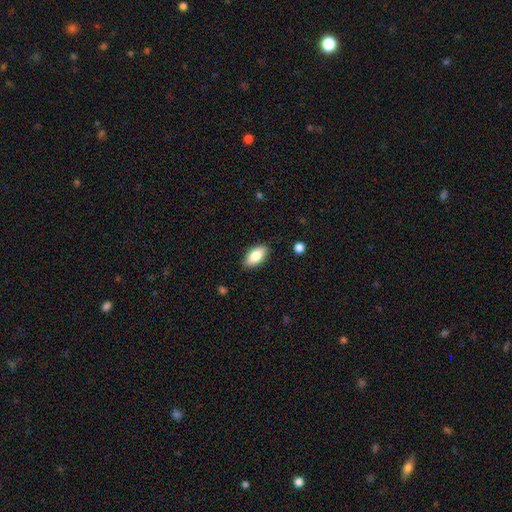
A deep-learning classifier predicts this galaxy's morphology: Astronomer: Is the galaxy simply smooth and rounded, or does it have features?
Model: smooth — 79%.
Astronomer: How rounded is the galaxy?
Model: in between — 89%.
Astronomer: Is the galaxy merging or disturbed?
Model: none — 87%.